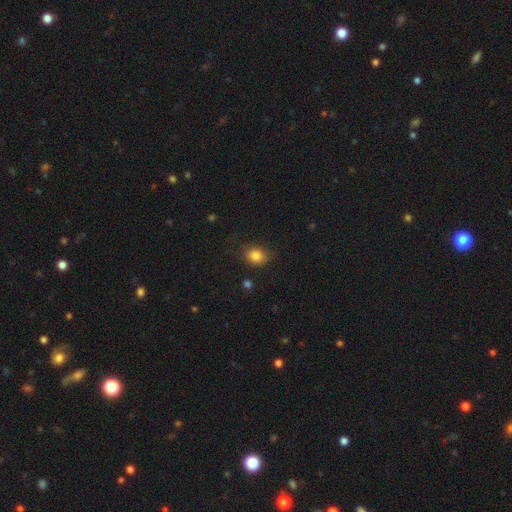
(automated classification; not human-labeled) A smooth galaxy with no disk features (84%) that is round (56%).

Vote fractions:
- Smooth or featured? smooth: 84% / star or artifact: 10% / featured or disk: 6%
- How rounded? round: 56% / in between: 43% / cigar-shaped: 1%
- Merging? none: 79% / minor disturbance: 15% / major disturbance: 4% / merger: 2%